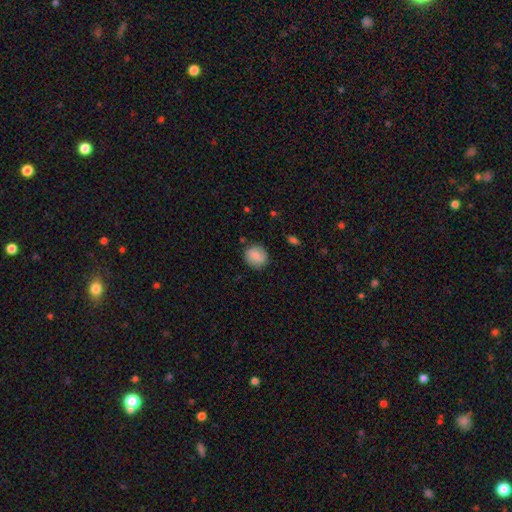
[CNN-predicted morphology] This appears to be a smooth galaxy with no disk features (85%) that is round (75%). Merging: none (86%).